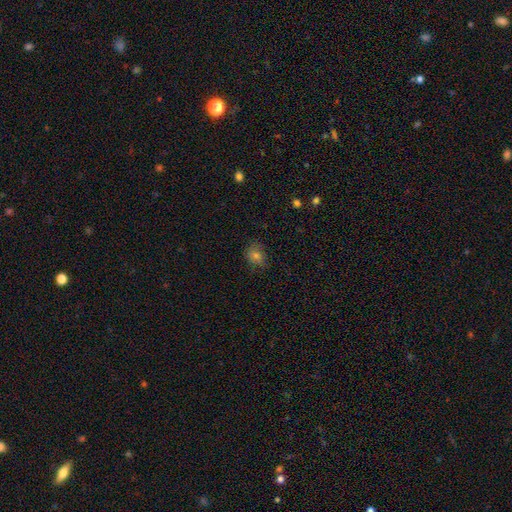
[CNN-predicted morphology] Q: Smooth or featured?
A: smooth (71%); runner-up: star or artifact (18%)
Q: How rounded?
A: round (57%); runner-up: in between (42%)
Q: Merging?
A: none (76%); runner-up: minor disturbance (18%)